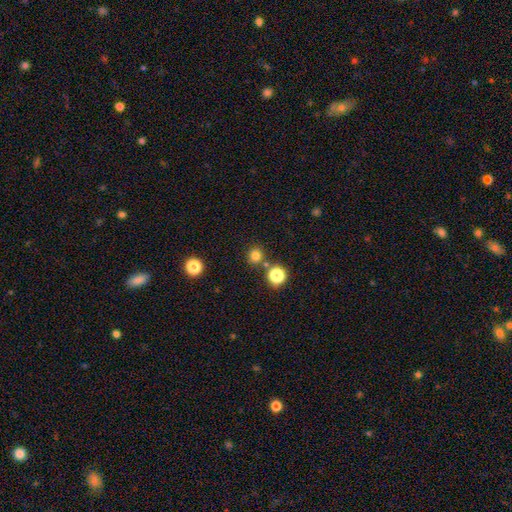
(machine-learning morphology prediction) This is likely a smooth galaxy (78%). How rounded: clearly round (92%). Merging: likely none (80%).